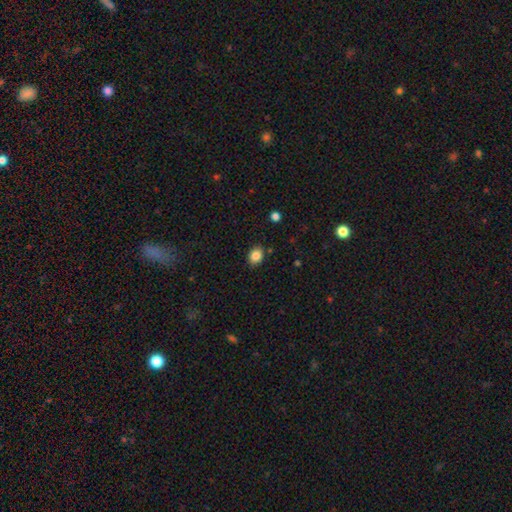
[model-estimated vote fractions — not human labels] smooth-or-featured: smooth: 85% | star or artifact: 10% | featured or disk: 5%
  how-rounded: round: 54% | in between: 45% | cigar-shaped: 1%
  merging: none: 85% | minor disturbance: 11% | major disturbance: 2% | merger: 2%